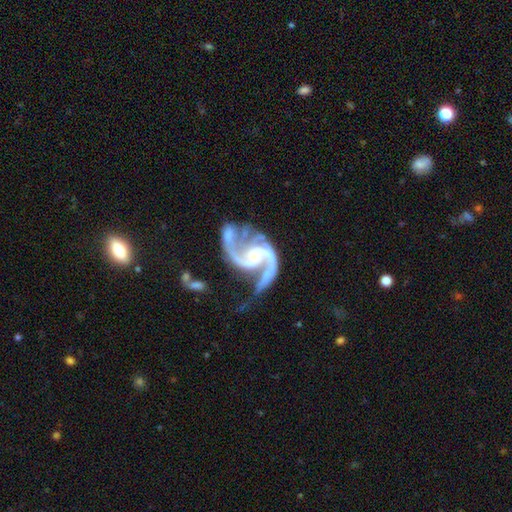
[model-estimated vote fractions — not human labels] The model was most divided on "bulge size": none: 46%, small: 33%, moderate: 15%, large: 5%, dominant: 2%. Remaining: edge-on disk — no (98%); spiral arms — yes (98%); smooth or featured — featured or disk (93%); spiral arm count — 2 (88%); spiral winding — medium (55%); bar — no (50%); merging — none (43%).